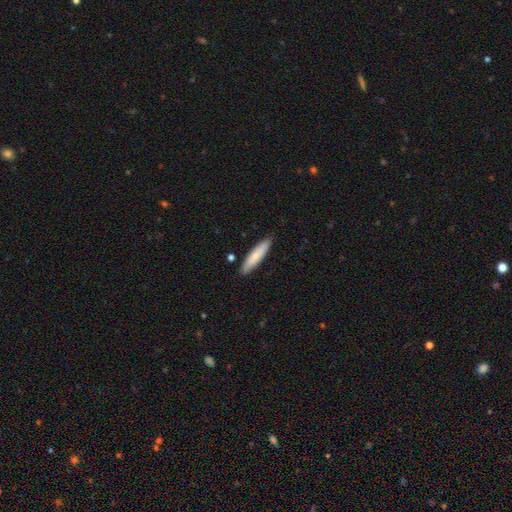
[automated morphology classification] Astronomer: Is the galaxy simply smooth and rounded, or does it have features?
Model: smooth — 78%.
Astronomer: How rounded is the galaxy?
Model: cigar-shaped — 81%.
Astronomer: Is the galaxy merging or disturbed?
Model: none — 88%.